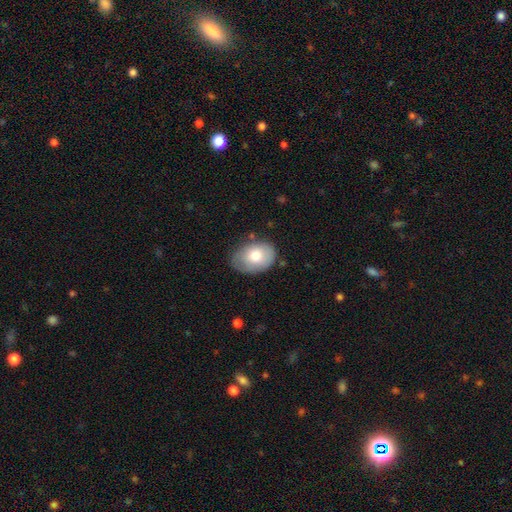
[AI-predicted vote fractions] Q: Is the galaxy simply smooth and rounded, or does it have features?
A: smooth — 74%.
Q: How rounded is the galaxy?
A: in between — 73%.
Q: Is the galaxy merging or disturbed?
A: none — 69%.